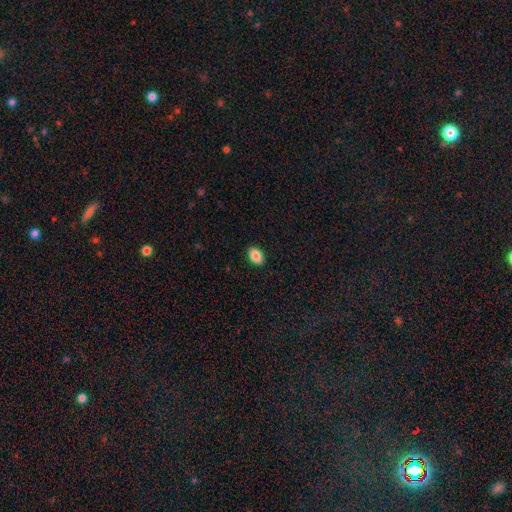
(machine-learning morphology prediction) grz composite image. It shows a smooth galaxy with no disk features (88%) that is in between round and cigar-shaped (87%). Merging: none (90%).